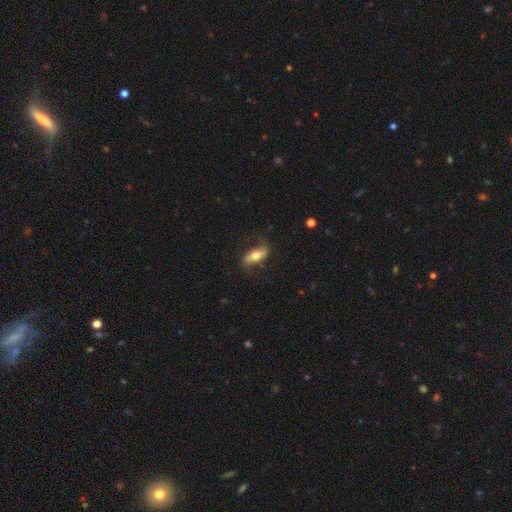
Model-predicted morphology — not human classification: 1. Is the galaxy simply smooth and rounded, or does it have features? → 52% featured or disk, 42% smooth, 6% star or artifact.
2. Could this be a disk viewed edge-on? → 74% no, 26% yes.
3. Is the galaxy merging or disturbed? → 71% none, 18% minor disturbance, 9% major disturbance, 1% merger.